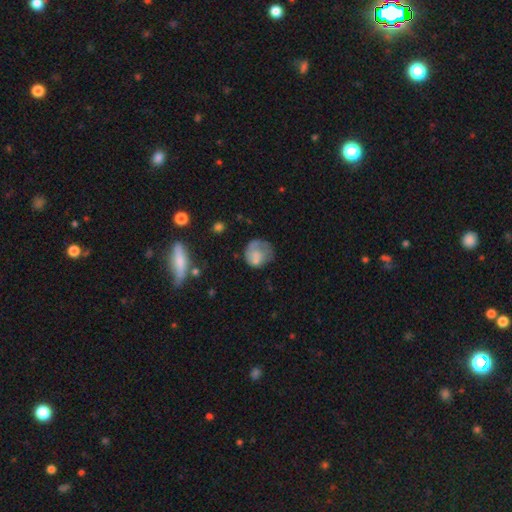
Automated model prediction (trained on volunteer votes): This appears to be a smooth galaxy with no disk features (62%) that is round (73%). Merging: none (39%).